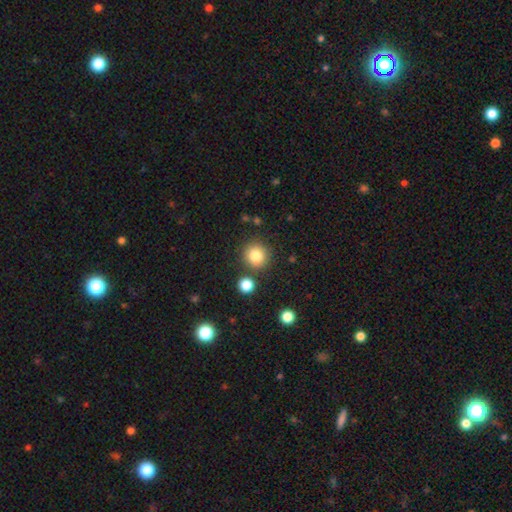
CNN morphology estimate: This appears to be a smooth galaxy with no disk features (83%) that is round (91%). Merging: none (82%).